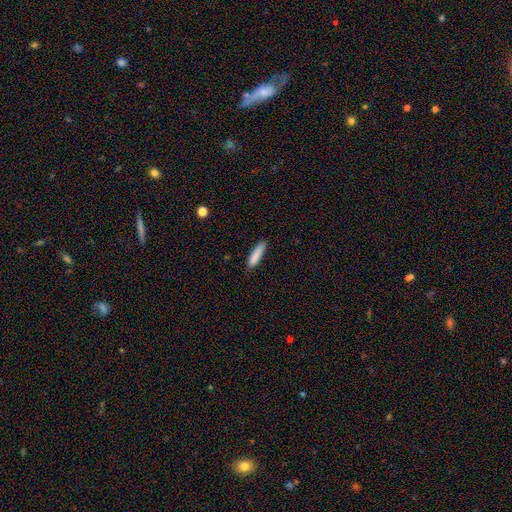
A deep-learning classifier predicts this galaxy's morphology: Q: Smooth or featured?
A: smooth (86%); runner-up: featured or disk (7%)
Q: How rounded?
A: cigar-shaped (79%); runner-up: in between (20%)
Q: Merging?
A: none (80%); runner-up: minor disturbance (16%)